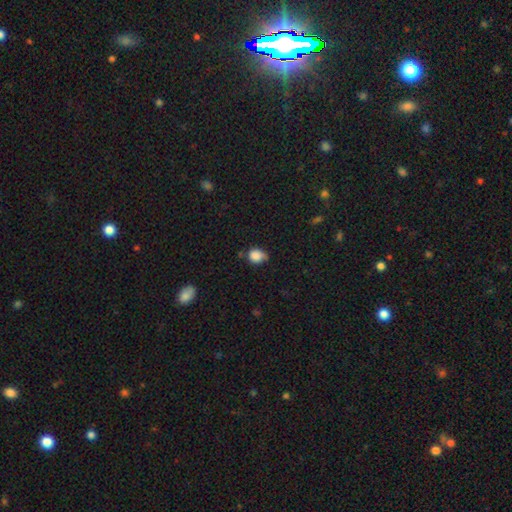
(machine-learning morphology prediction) Smooth or featured?
  - smooth: 84% *
  - star or artifact: 9%
  - featured or disk: 6%
How rounded?
  - round: 57% *
  - in between: 42%
  - cigar-shaped: 1%
Merging?
  - none: 43% * (tied)
  - minor disturbance: 43% * (tied)
  - major disturbance: 10%
  - merger: 4%